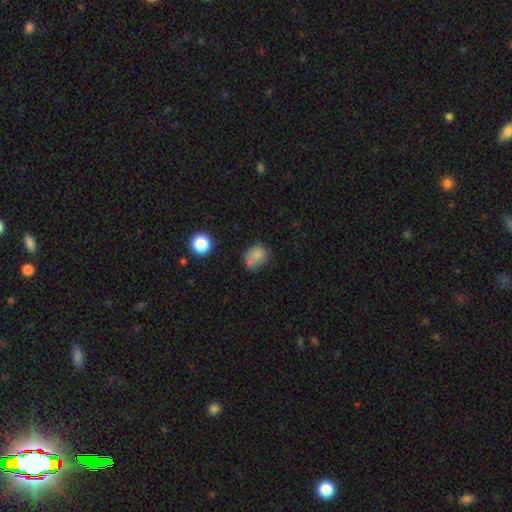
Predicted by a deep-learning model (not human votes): A smooth galaxy with no disk features (77%) that is round (52%).

Vote fractions:
- Smooth or featured? smooth: 77% / star or artifact: 12% / featured or disk: 11%
- How rounded? round: 52% / in between: 47% / cigar-shaped: 1%
- Merging? none: 48% / minor disturbance: 24% / merger: 18% / major disturbance: 10%